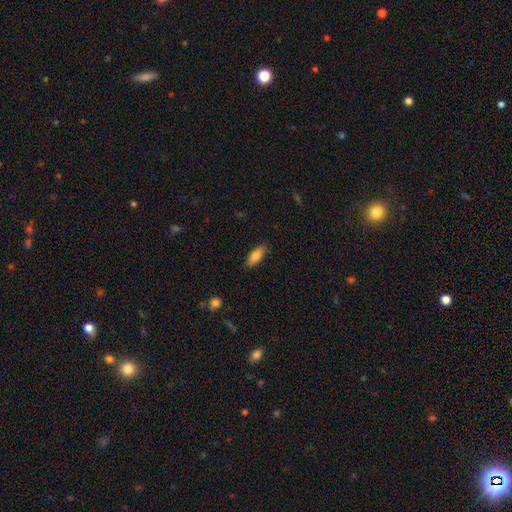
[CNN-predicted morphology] A smooth galaxy with no disk features (82%) that is in between round and cigar-shaped (73%).

Vote fractions:
- Smooth or featured? smooth: 82% / featured or disk: 11% / star or artifact: 7%
- How rounded? in between: 73% / cigar-shaped: 25% / round: 2%
- Merging? none: 86% / minor disturbance: 11% / major disturbance: 2% / merger: 1%